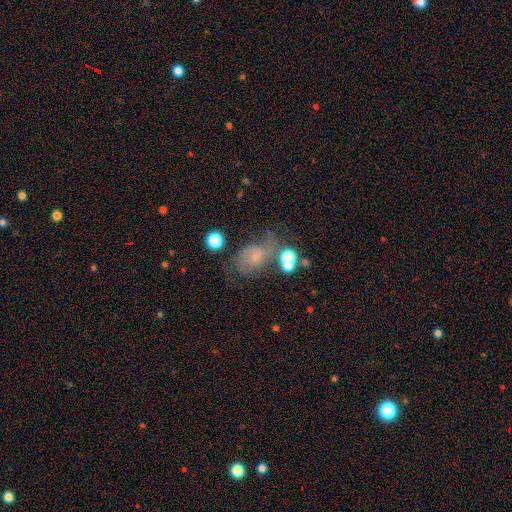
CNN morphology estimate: Smooth or featured?
  - featured or disk: 46% *
  - smooth: 34%
  - star or artifact: 19%
Merging?
  - none: 41% *
  - minor disturbance: 25%
  - major disturbance: 23%
  - merger: 11%